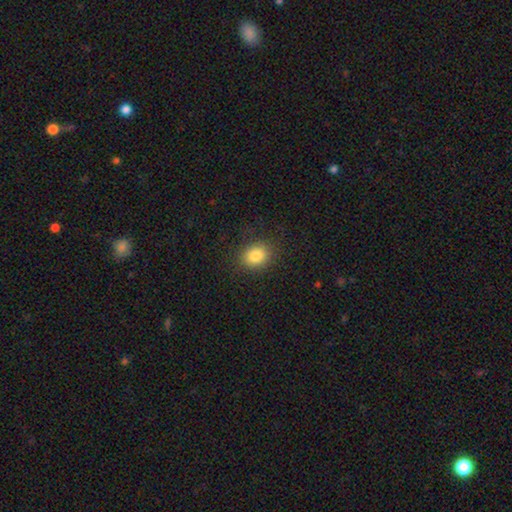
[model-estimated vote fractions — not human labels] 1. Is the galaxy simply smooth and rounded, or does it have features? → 84% smooth, 10% star or artifact, 6% featured or disk.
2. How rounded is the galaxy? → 50% in between, 49% round, 1% cigar-shaped.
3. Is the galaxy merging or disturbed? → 85% none, 10% minor disturbance, 4% major disturbance, 1% merger.